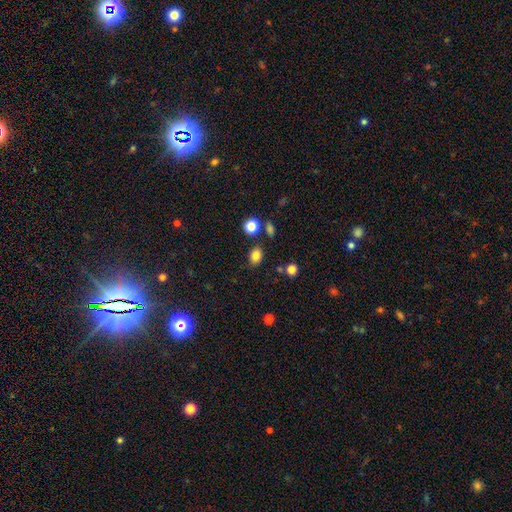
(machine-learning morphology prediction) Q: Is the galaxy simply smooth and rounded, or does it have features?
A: smooth — 82%.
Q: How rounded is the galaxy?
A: in between — 66%.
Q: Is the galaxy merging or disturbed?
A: none — 79%.